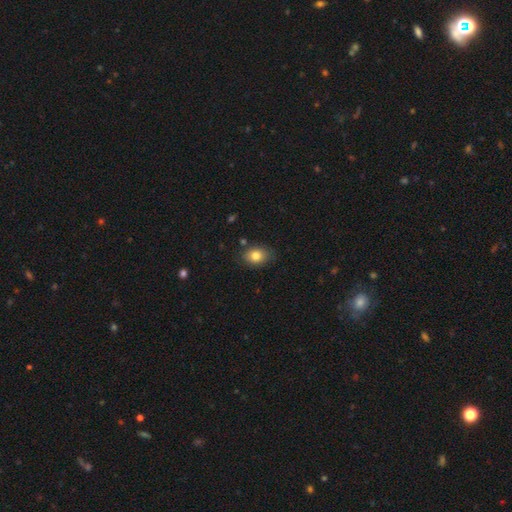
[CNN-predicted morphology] This is clearly a smooth galaxy (82%). How rounded: likely in between (68%). Merging: clearly none (80%).